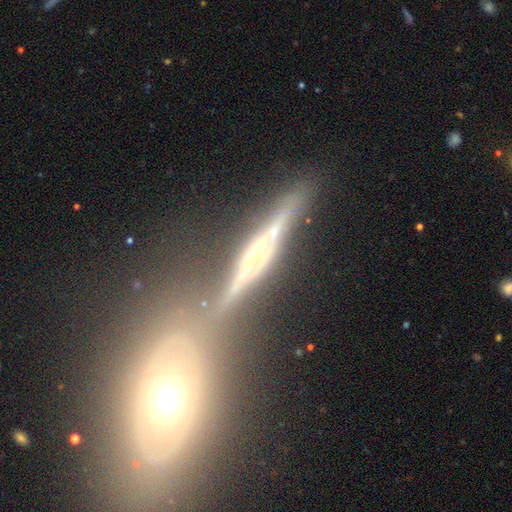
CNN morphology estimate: smooth_or_featured: featured or disk (p=0.78) [alt: smooth p=0.12]
disk_edge_on: yes (p=0.91) [alt: no p=0.09]
edge_on_bulge: rounded (p=0.80) [alt: none p=0.12]
merging: none (p=0.61) [alt: merger p=0.20]